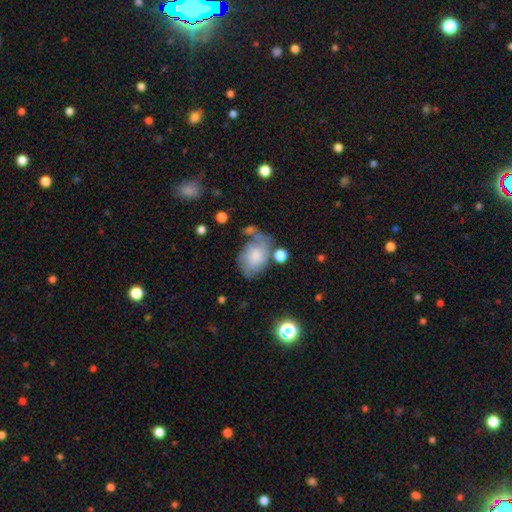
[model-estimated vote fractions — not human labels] A smooth galaxy with no disk features (57%) that is in between round and cigar-shaped (77%).

Vote fractions:
- Smooth or featured? smooth: 57% / featured or disk: 35% / star or artifact: 8%
- How rounded? in between: 77% / round: 21% / cigar-shaped: 1%
- Merging? none: 42% / minor disturbance: 28% / major disturbance: 20% / merger: 11%